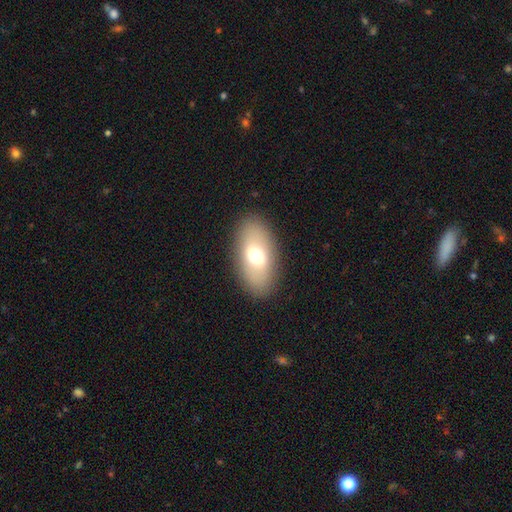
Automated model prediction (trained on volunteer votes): Overall: smooth (64%; featured or disk 27%). How rounded: in between (90%). Merging: none (87%).